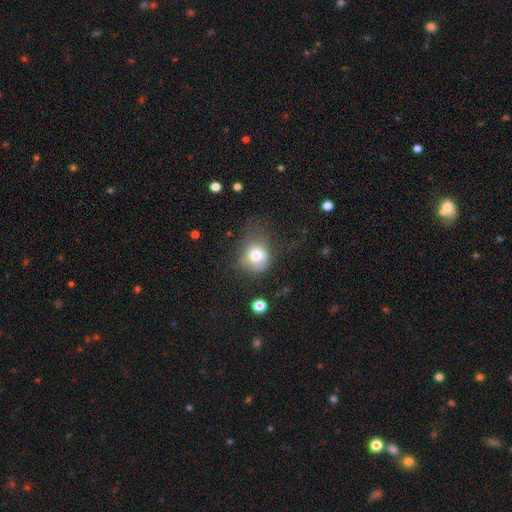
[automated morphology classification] Smooth or featured? smooth (73%)
How rounded? round (70%)
Merging? none (39%)